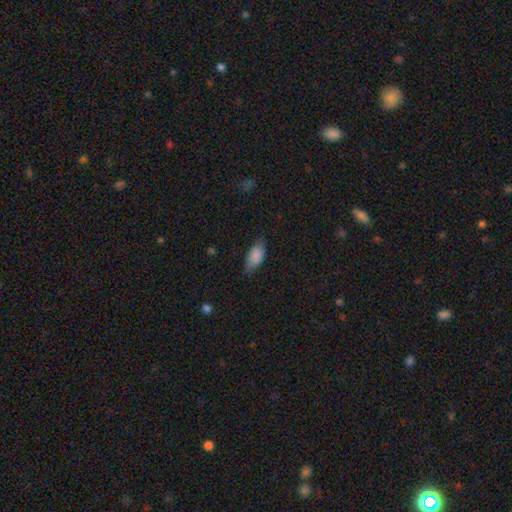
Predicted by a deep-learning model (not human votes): smooth 83%, featured or disk 9%, star or artifact 7%. Down the decision tree: how rounded — in between (91%); merging — none (66%).